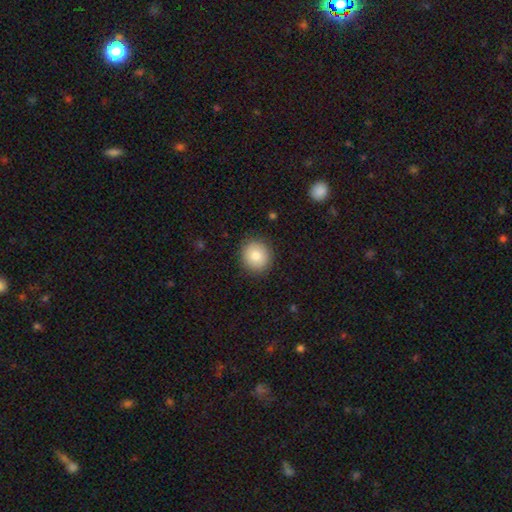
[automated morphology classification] A smooth galaxy with no disk features (84%) that is round (86%). Merging: none (89%).